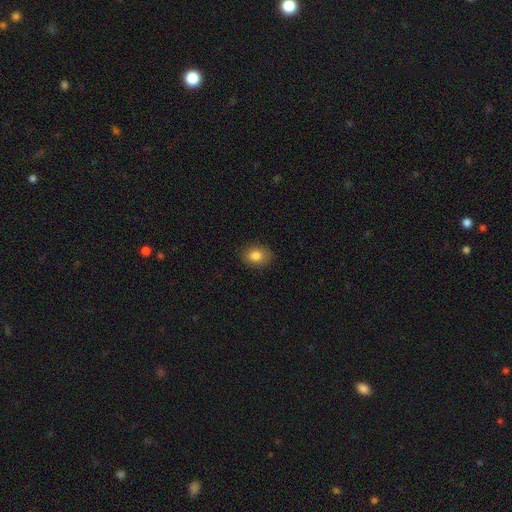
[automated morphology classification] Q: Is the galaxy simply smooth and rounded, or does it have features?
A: smooth — 83%.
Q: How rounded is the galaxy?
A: in between — 57%.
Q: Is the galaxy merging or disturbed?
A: none — 86%.